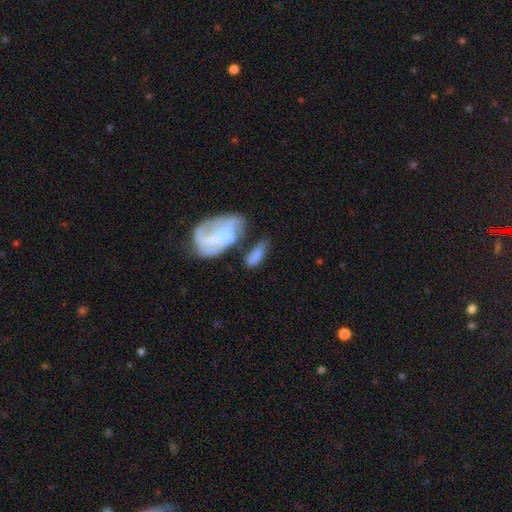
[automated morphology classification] This appears to be a smooth galaxy with no disk features (55%) that is in between round and cigar-shaped (83%). Merging: merger (32%).